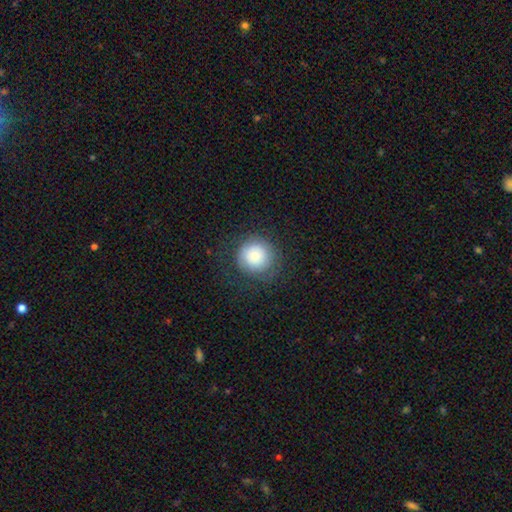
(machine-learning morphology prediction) smooth 78%, featured or disk 13%, star or artifact 9%. Down the decision tree: how rounded — round (94%); merging — none (78%).